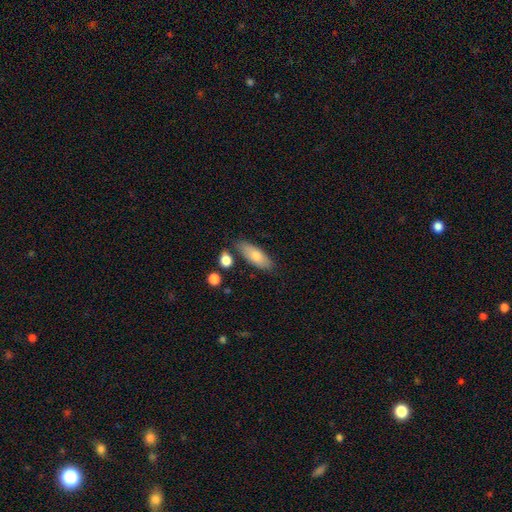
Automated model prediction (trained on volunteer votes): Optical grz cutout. It shows a smooth galaxy with no disk features (77%) that is in between round and cigar-shaped (73%). Merging: none (78%).